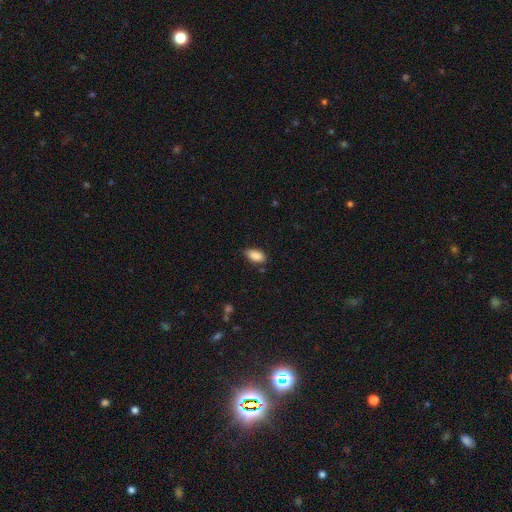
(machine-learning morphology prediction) Smooth or featured?
  - smooth: 88% *
  - star or artifact: 7%
  - featured or disk: 4%
How rounded?
  - in between: 92% *
  - cigar-shaped: 5%
  - round: 3%
Merging?
  - none: 78% *
  - minor disturbance: 18%
  - major disturbance: 3%
  - merger: 2%